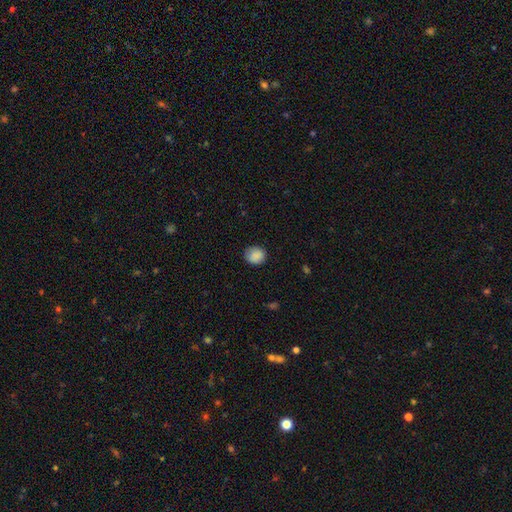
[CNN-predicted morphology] type=smooth (88%); roundness=round (76%); merging=none (83%).